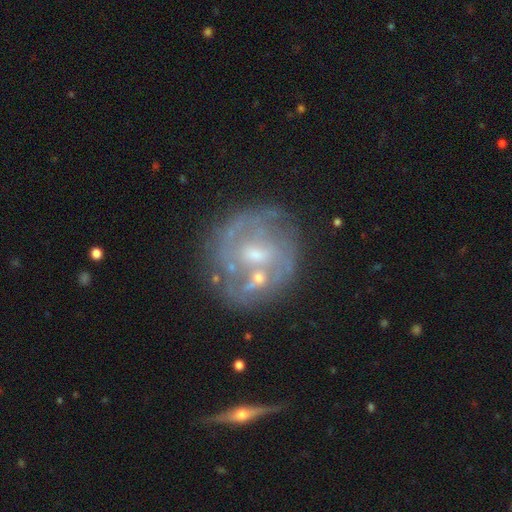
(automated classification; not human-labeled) featured or disk 73%, smooth 18%, star or artifact 9%. Down the decision tree: edge-on disk — no (97%); bar — no (48%); spiral arms — yes (64%); bulge size — small (51%); merging — none (63%).